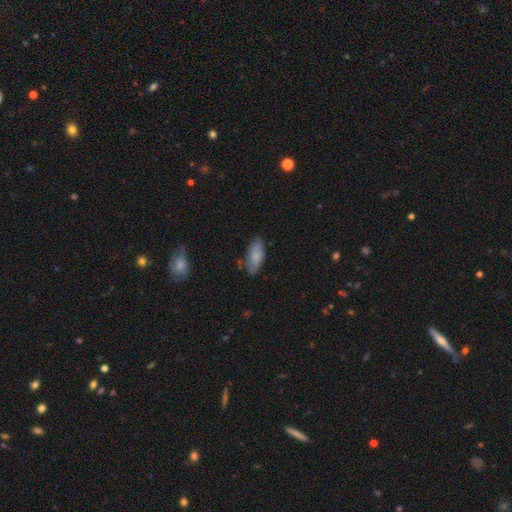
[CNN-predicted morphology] A smooth galaxy with no disk features (72%) that is in between round and cigar-shaped (85%). Merging: none (74%).